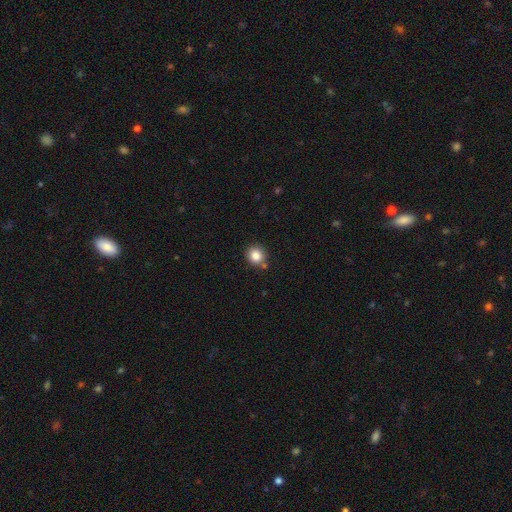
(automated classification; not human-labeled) smooth-or-featured: smooth: 85% | star or artifact: 10% | featured or disk: 5%
  how-rounded: round: 86% | in between: 13% | cigar-shaped: 1%
  merging: none: 80% | minor disturbance: 11% | merger: 7% | major disturbance: 3%